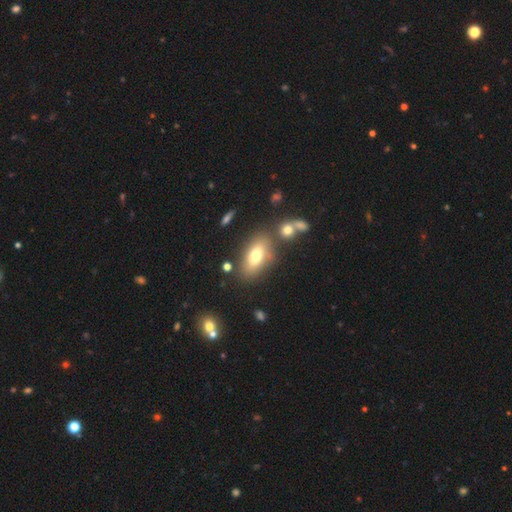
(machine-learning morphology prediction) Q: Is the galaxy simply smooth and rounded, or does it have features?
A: smooth — 71%.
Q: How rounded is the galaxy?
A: in between — 84%.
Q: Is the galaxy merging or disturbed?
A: none — 71%.